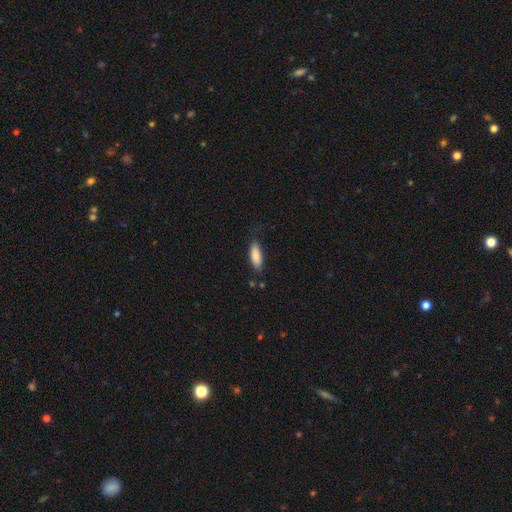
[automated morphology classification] smooth_or_featured: smooth (p=0.87) [alt: featured or disk p=0.07]
how_rounded: in between (p=0.69) [alt: cigar-shaped p=0.30]
merging: none (p=0.73) [alt: minor disturbance p=0.21]